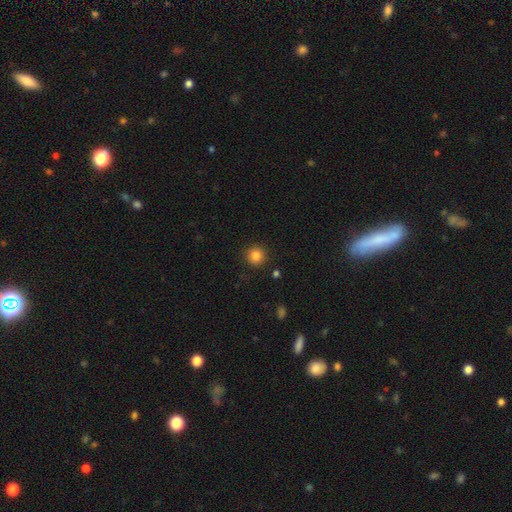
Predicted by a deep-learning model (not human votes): Overall: smooth (84%). How rounded: round (95%). Merging: none (91%).